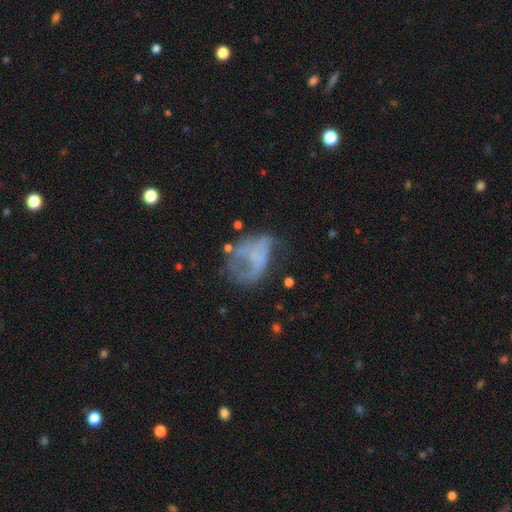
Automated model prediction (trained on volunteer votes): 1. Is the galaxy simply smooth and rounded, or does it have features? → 52% featured or disk, 34% smooth, 14% star or artifact.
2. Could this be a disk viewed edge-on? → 98% no, 2% yes.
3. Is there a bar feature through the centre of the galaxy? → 85% no, 12% weak, 4% strong.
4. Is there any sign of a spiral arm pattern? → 75% no, 25% yes.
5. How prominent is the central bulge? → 78% none, 11% small, 6% moderate, 3% large, 2% dominant.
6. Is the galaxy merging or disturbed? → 44% major disturbance, 27% none, 22% minor disturbance, 6% merger.